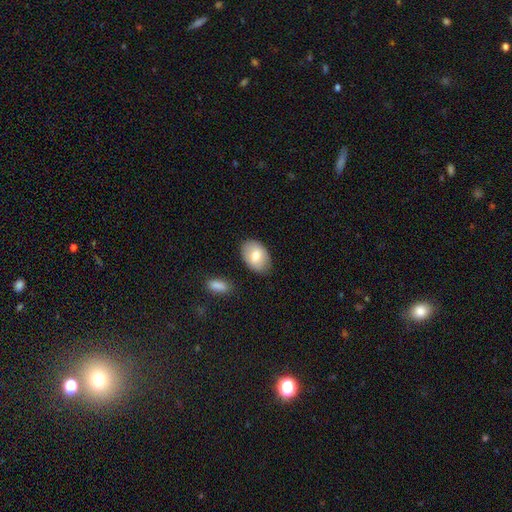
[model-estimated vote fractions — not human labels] This is likely a smooth galaxy (74%). How rounded: clearly in between (85%). Merging: clearly none (82%).